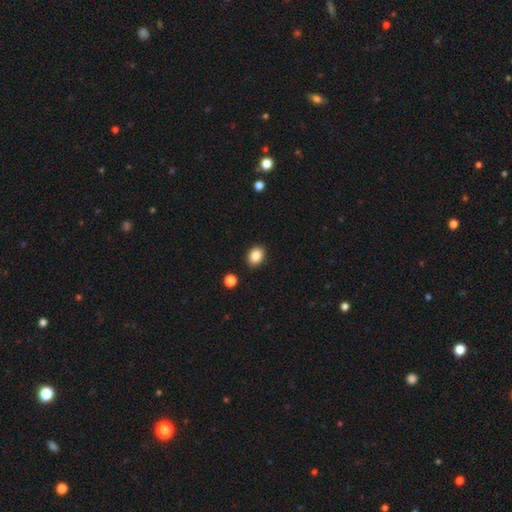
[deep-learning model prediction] This is clearly a smooth galaxy (86%). How rounded: likely in between (64%). Merging: clearly none (89%).